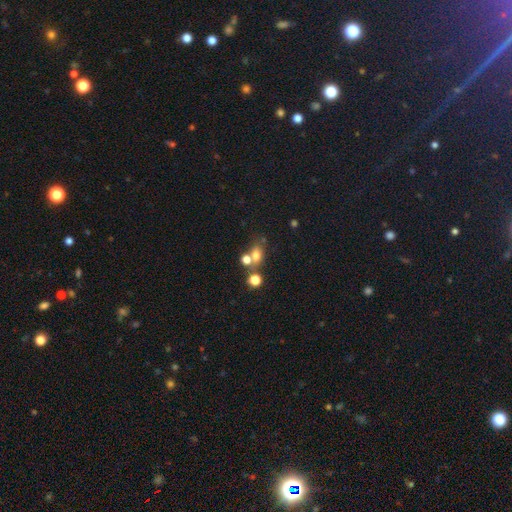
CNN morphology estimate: A smooth galaxy with no disk features (67%) that is in between round and cigar-shaped (49%, tied with round). Merging: none (47%).